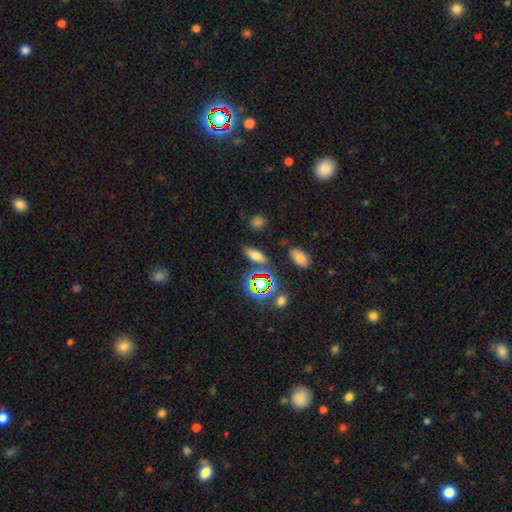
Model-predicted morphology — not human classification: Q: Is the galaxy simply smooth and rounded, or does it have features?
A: smooth — 59%.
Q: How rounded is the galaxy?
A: in between — 66%.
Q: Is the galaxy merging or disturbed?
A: none — 76%.